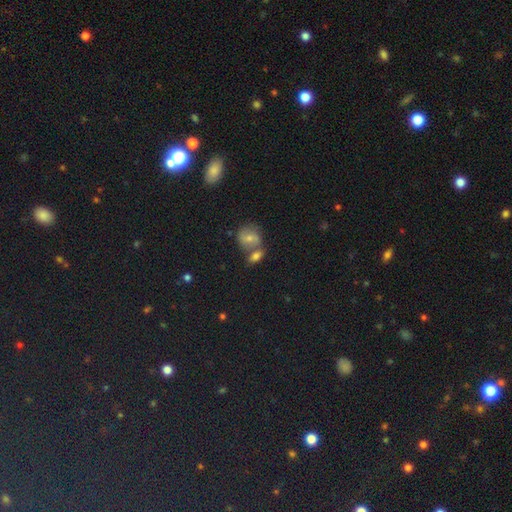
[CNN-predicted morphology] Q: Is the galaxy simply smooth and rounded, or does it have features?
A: smooth — 68%.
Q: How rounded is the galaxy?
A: in between — 74%.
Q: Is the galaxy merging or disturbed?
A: none — 45%.